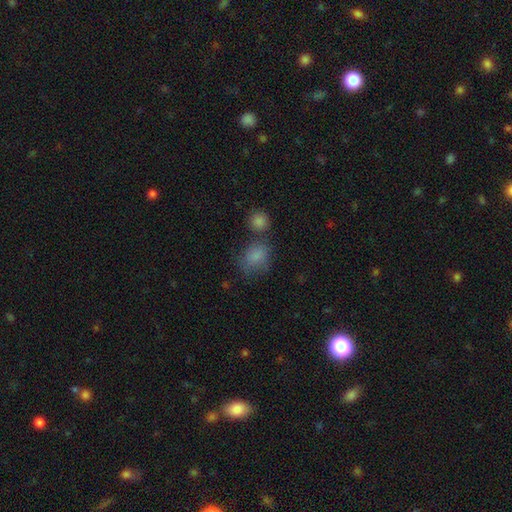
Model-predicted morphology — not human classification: type=smooth (81%); roundness=round (50%); merging=none (52%).